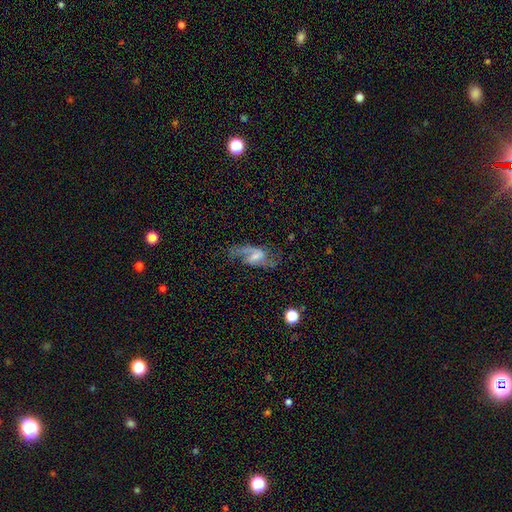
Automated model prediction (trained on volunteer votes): featured or disk 78%, smooth 14%, star or artifact 8%. Down the decision tree: edge-on disk — no (95%); bar — weak (50%); spiral arms — yes (91%); spiral arm count — 2 (79%); spiral winding — loose (54%); bulge size — small (49%); merging — none (58%).